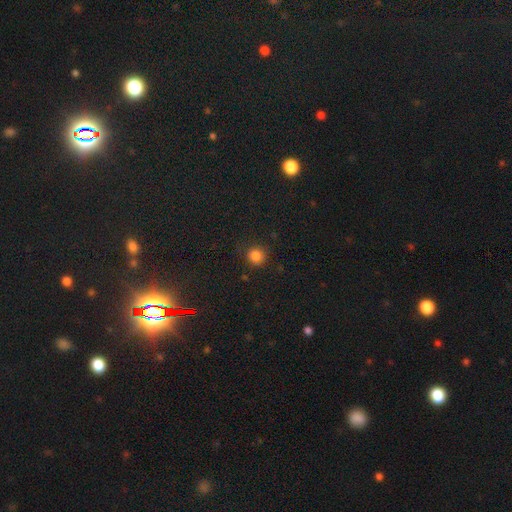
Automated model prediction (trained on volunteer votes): A smooth galaxy with no disk features (82%) that is round (93%).

Vote fractions:
- Smooth or featured? smooth: 82% / star or artifact: 13% / featured or disk: 4%
- How rounded? round: 93% / in between: 6% / cigar-shaped: 1%
- Merging? none: 88% / minor disturbance: 8% / major disturbance: 3% / merger: 1%